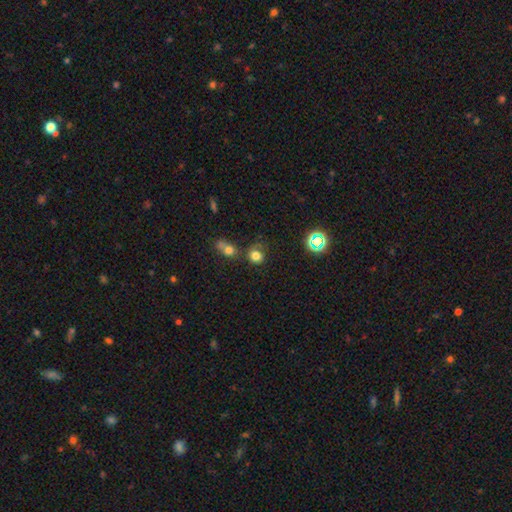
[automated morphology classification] type=smooth (74%); roundness=round (81%); merging=none (57%).